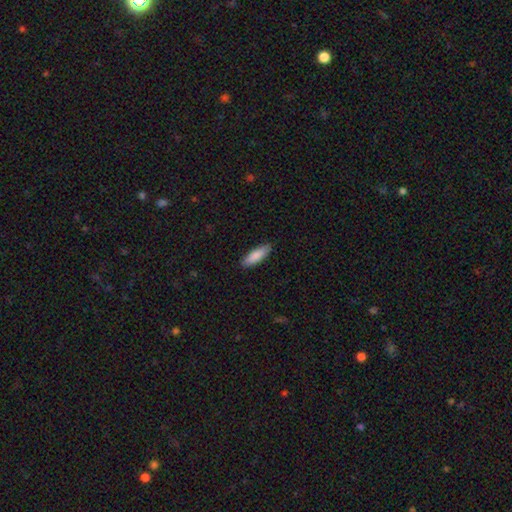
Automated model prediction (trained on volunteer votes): The model was most divided on "how rounded": in between: 50%, cigar-shaped: 49%, round: 1%. More confident: merging — none (87%); smooth or featured — smooth (87%).